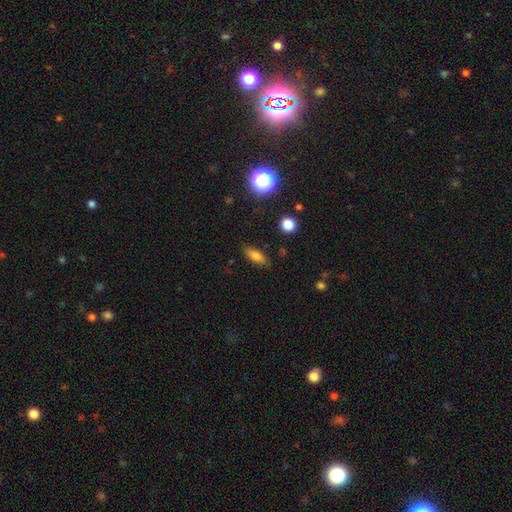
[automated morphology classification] Overall: smooth (76%). How rounded: in between (75%). Merging: none (84%).